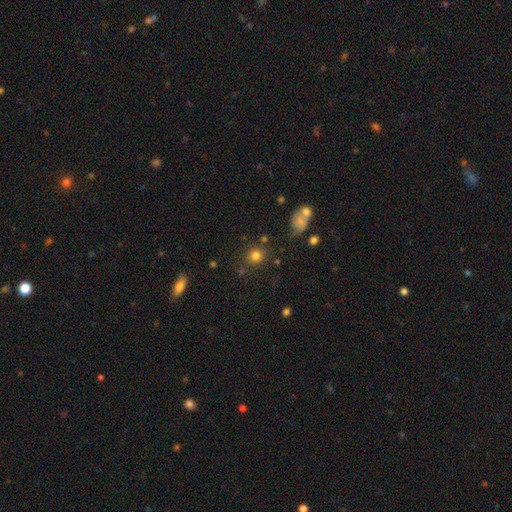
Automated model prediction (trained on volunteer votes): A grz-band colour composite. It shows a smooth galaxy with no disk features (79%) that is round (88%). Merging: none (80%).